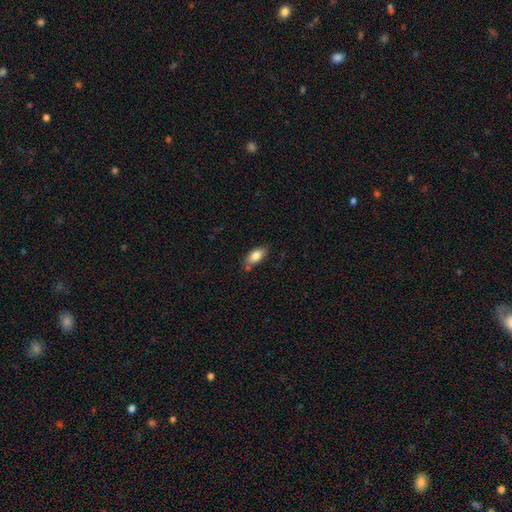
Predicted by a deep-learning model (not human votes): smooth_or_featured: smooth (p=0.82) [alt: featured or disk p=0.11]
how_rounded: in between (p=0.88) [alt: cigar-shaped p=0.09]
merging: none (p=0.73) [alt: minor disturbance p=0.18]